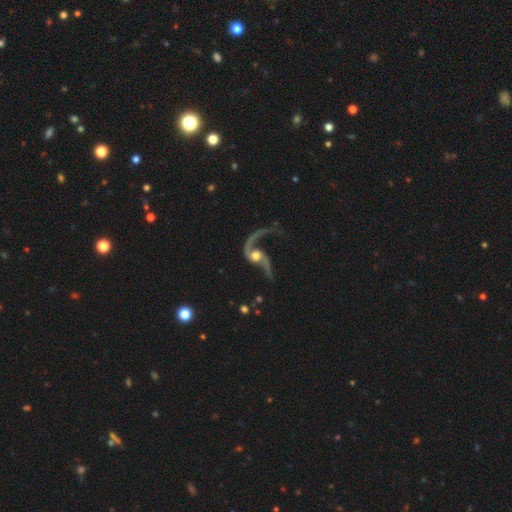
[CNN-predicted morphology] smooth-or-featured: featured or disk: 89% | smooth: 6% | star or artifact: 5%
  disk-edge-on: no: 96% | yes: 4%
    bar: no: 64% | weak: 25% | strong: 10%
    has-spiral-arms: yes: 96% | no: 4%
      spiral-winding: loose: 86% | medium: 12% | tight: 3%
      spiral-arm-count: 2: 87% | 1: 9% | can't tell: 1% | 3: 1% | 4: 1% | more than 4: 1%
    bulge-size: moderate: 61% | large: 20% | small: 13% | none: 3% | dominant: 3%
  merging: none: 47% | major disturbance: 30% | minor disturbance: 16% | merger: 7%